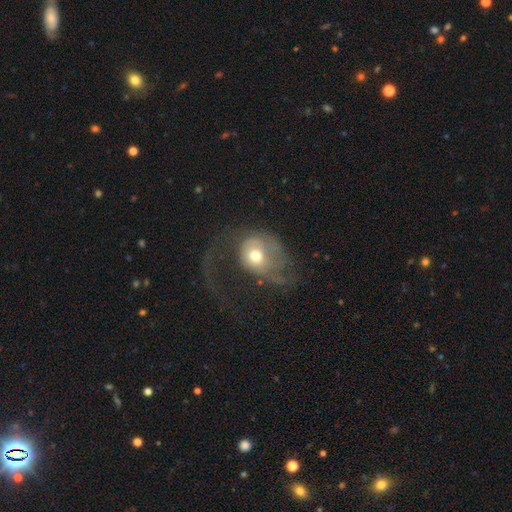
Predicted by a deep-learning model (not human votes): smooth_or_featured: featured or disk (p=0.46) [alt: smooth p=0.45]
merging: major disturbance (p=0.64) [alt: none p=0.19]